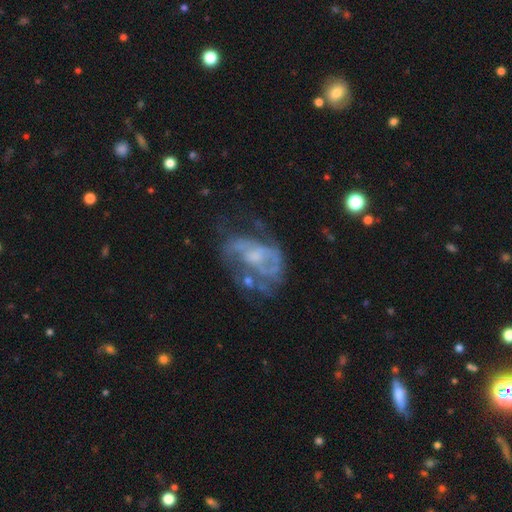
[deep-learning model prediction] featured or disk 73%, smooth 16%, star or artifact 11%. Down the decision tree: edge-on disk — no (97%); bar — no (65%); spiral arms — yes (57%); bulge size — small (41%); merging — none (37%).